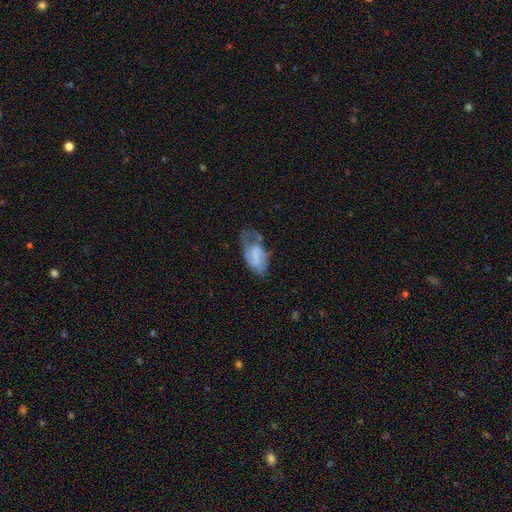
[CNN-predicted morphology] A smooth galaxy with no disk features (48%).

Vote fractions:
- Smooth or featured? smooth: 48% / featured or disk: 44% / star or artifact: 8%
- Merging? major disturbance: 37% / minor disturbance: 32% / none: 27% / merger: 4%